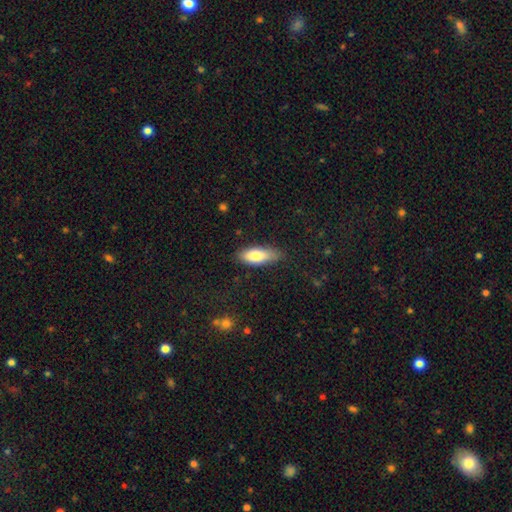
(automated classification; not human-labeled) Smooth or featured: smooth — 80% (featured or disk — 14%)
How rounded: in between — 71% (cigar-shaped — 27%)
Merging: none — 75% (minor disturbance — 20%)